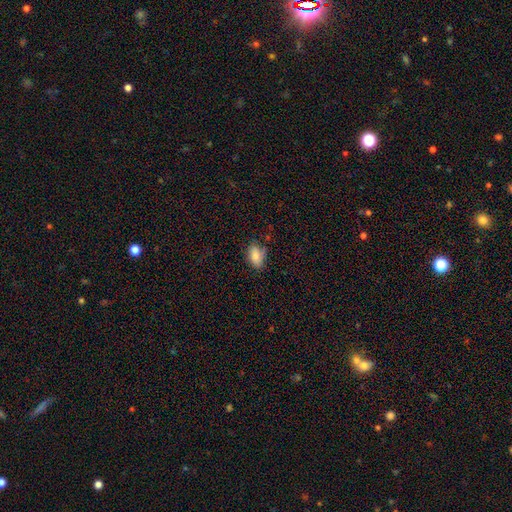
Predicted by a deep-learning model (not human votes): This is clearly a smooth galaxy (84%). How rounded: clearly in between (90%). Merging: likely none (69%).